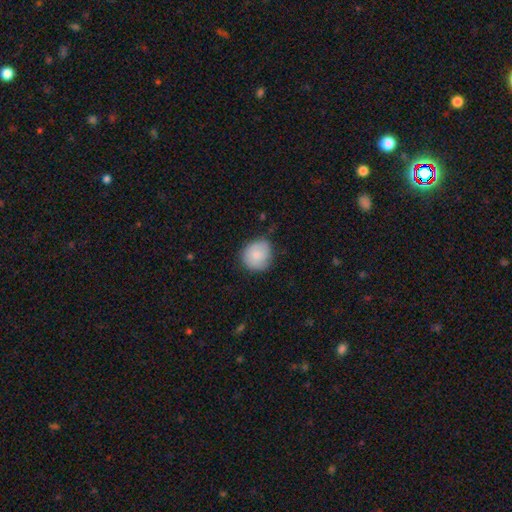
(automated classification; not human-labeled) Smooth or featured?
  - smooth: 78% *
  - featured or disk: 16%
  - star or artifact: 7%
How rounded?
  - round: 84% *
  - in between: 15%
  - cigar-shaped: 1%
Merging?
  - none: 69% *
  - minor disturbance: 24%
  - major disturbance: 5%
  - merger: 2%